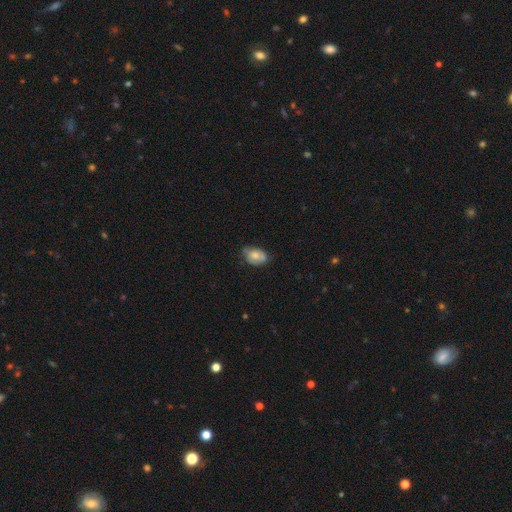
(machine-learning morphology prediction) Overall: smooth (68%). How rounded: in between (83%). Merging: none (56%; minor disturbance 35%).